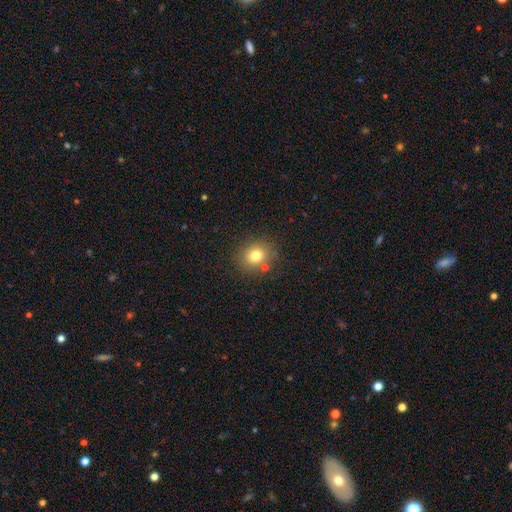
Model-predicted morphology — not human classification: type=smooth (78%); roundness=round (73%); merging=none (79%).